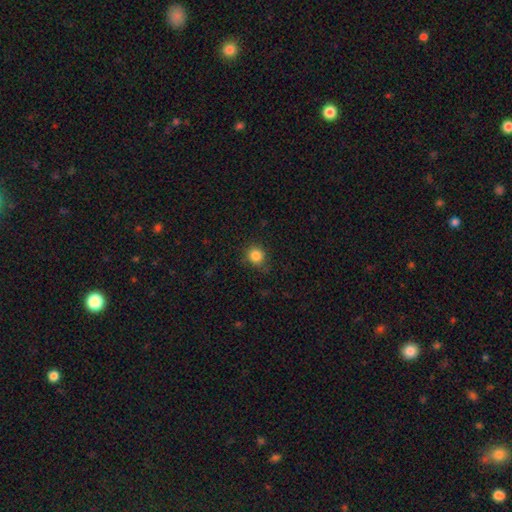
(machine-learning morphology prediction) Smooth or featured?
  - smooth: 85% *
  - star or artifact: 11%
  - featured or disk: 4%
How rounded?
  - round: 86% *
  - in between: 13%
  - cigar-shaped: 1%
Merging?
  - none: 77% *
  - minor disturbance: 17%
  - major disturbance: 5%
  - merger: 1%